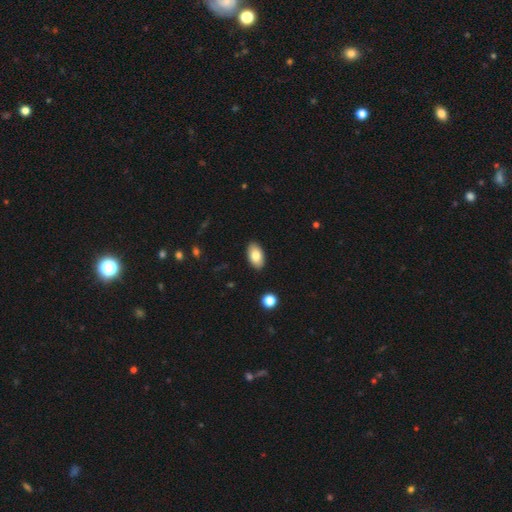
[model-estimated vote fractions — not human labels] This is clearly a smooth galaxy (81%). How rounded: clearly in between (94%). Merging: clearly none (89%).